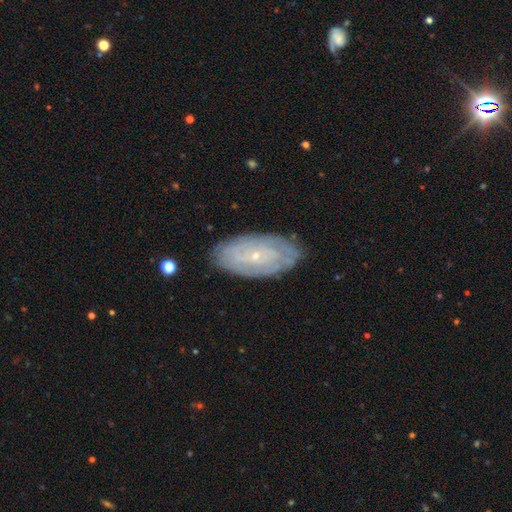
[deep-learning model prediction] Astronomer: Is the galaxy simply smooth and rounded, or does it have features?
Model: featured or disk — 75%.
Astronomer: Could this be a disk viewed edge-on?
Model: no — 93%.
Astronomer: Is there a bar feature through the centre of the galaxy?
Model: no — 73%.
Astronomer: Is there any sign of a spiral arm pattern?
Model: yes — 86%.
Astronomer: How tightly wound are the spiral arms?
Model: tight — 77%.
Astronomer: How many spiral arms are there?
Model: can't tell — 50%.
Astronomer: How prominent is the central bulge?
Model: small — 87%.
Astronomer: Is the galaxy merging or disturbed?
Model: none — 82%.